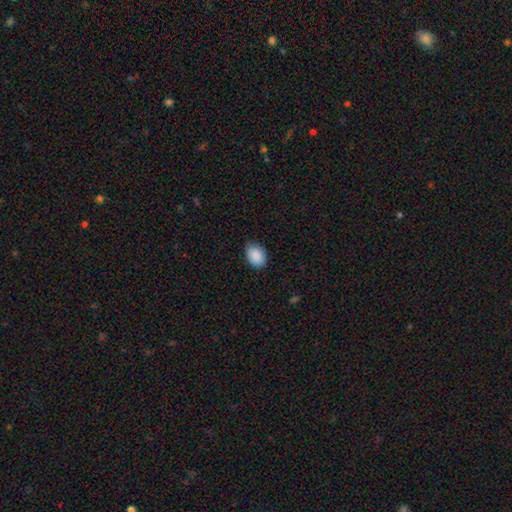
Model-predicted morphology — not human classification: smooth_or_featured: smooth (p=0.89) [alt: star or artifact p=0.07]
how_rounded: in between (p=0.78) [alt: round p=0.21]
merging: none (p=0.75) [alt: minor disturbance p=0.21]